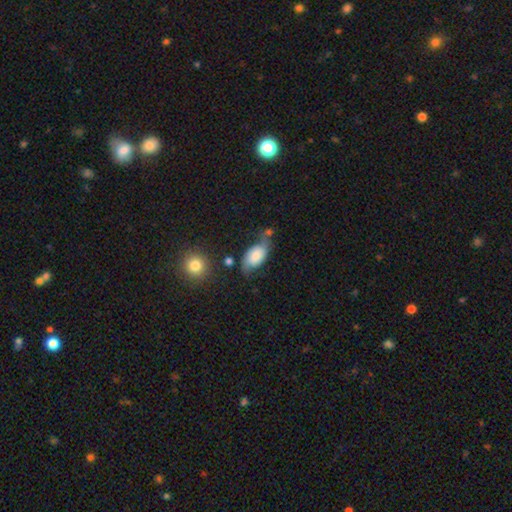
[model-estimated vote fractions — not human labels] This appears to be a smooth galaxy with no disk features (59%) that is in between round and cigar-shaped (92%). Merging: none (45%).